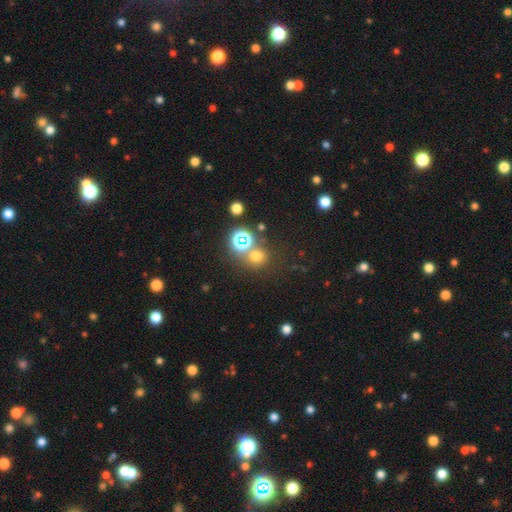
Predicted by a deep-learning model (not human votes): Smooth or featured? smooth (62%)
How rounded? round (85%)
Merging? none (68%)